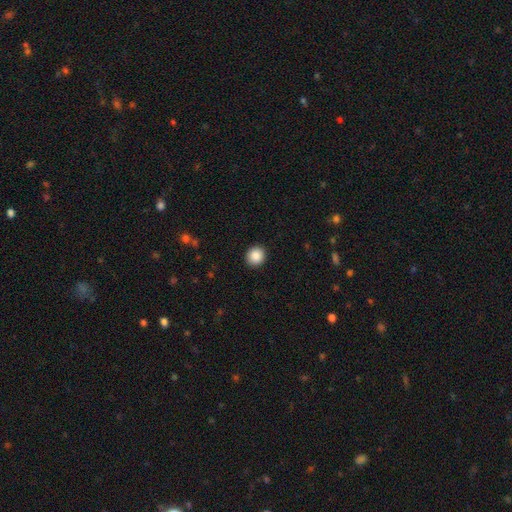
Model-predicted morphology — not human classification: smooth_or_featured: smooth (p=0.89) [alt: star or artifact p=0.08]
how_rounded: round (p=0.89) [alt: in between p=0.10]
merging: none (p=0.92) [alt: minor disturbance p=0.05]